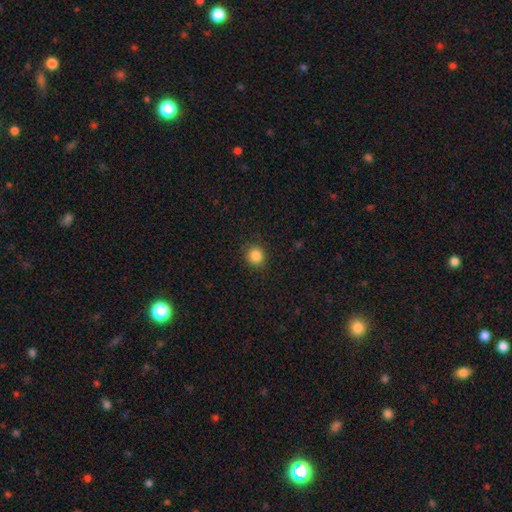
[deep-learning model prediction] This is clearly a smooth galaxy (86%). How rounded: clearly round (85%). Merging: clearly none (88%).